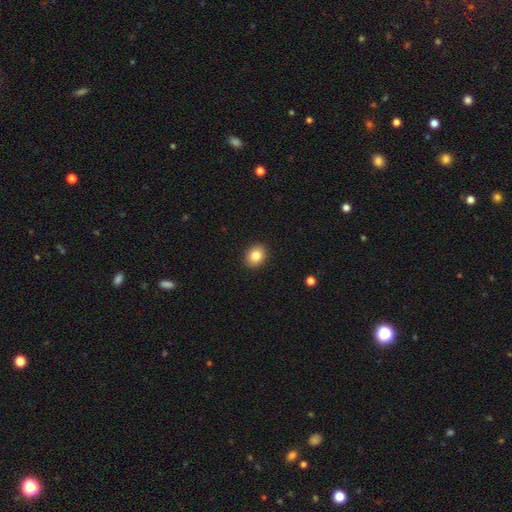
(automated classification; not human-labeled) Smooth or featured: smooth — 84% (star or artifact — 9%)
How rounded: round — 58% (in between — 42%)
Merging: none — 91% (minor disturbance — 6%)